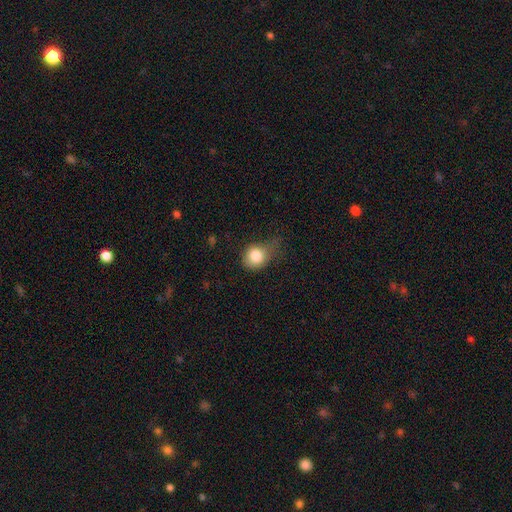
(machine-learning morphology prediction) smooth 82%, star or artifact 10%, featured or disk 8%. Down the decision tree: how rounded — round (68%); merging — minor disturbance (39%).